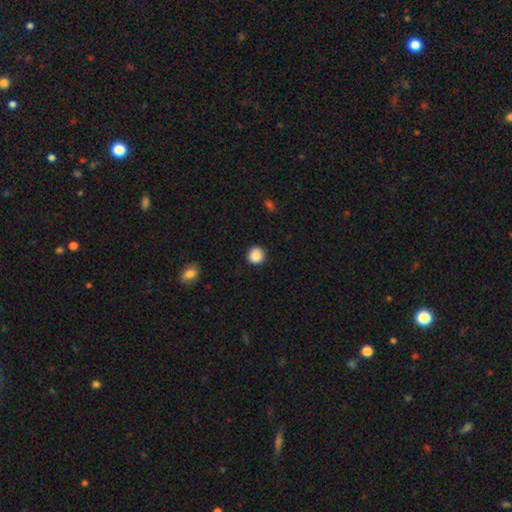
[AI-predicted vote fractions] The model was most divided on "smooth or featured": smooth: 88%, star or artifact: 9%, featured or disk: 3%. More confident: how rounded — round (94%); merging — none (91%).